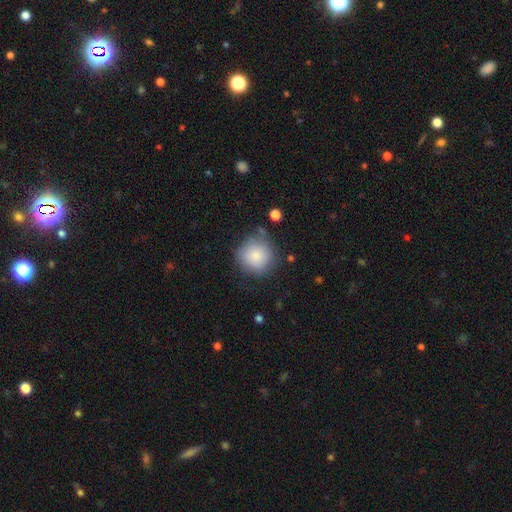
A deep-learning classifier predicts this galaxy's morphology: Smooth or featured: smooth — 85% (featured or disk — 8%)
How rounded: round — 93% (in between — 7%)
Merging: none — 71% (minor disturbance — 19%)